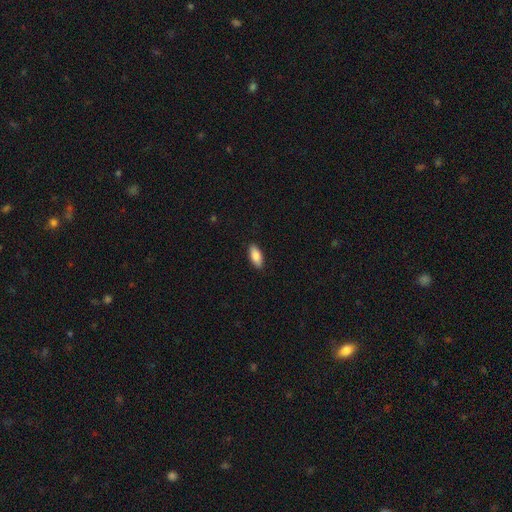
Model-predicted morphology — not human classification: Q: Smooth or featured?
A: smooth (85%); runner-up: featured or disk (9%)
Q: How rounded?
A: in between (86%); runner-up: cigar-shaped (12%)
Q: Merging?
A: none (89%); runner-up: minor disturbance (8%)